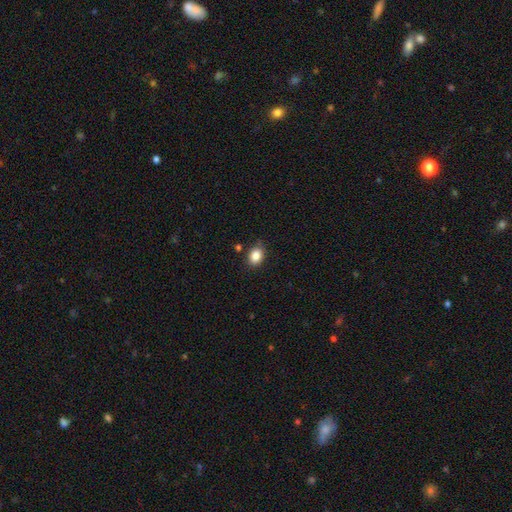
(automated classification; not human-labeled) Q: Smooth or featured?
A: smooth (86%); runner-up: star or artifact (9%)
Q: How rounded?
A: in between (69%); runner-up: round (30%)
Q: Merging?
A: none (79%); runner-up: minor disturbance (15%)